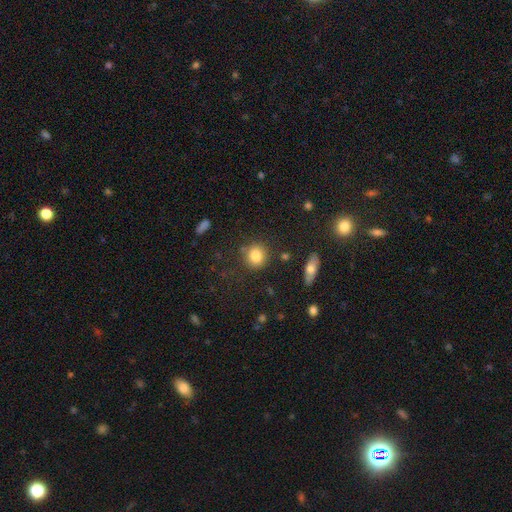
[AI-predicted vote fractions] Overall: smooth (83%). How rounded: round (83%). Merging: none (82%).